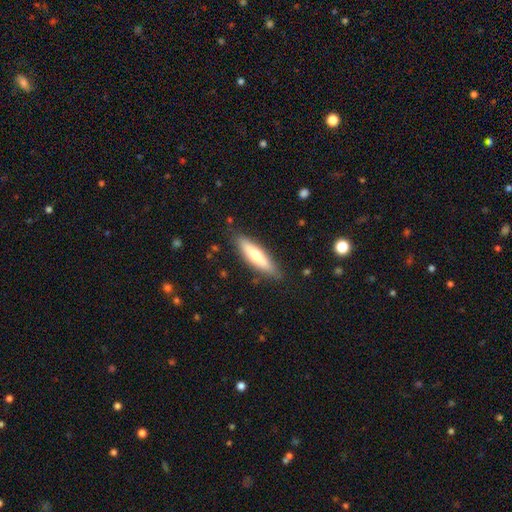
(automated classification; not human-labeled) Smooth or featured?
  - smooth: 56% *
  - featured or disk: 38%
  - star or artifact: 6%
How rounded?
  - cigar-shaped: 72% *
  - in between: 26%
  - round: 1%
Merging?
  - none: 84% *
  - minor disturbance: 12%
  - major disturbance: 3%
  - merger: 1%